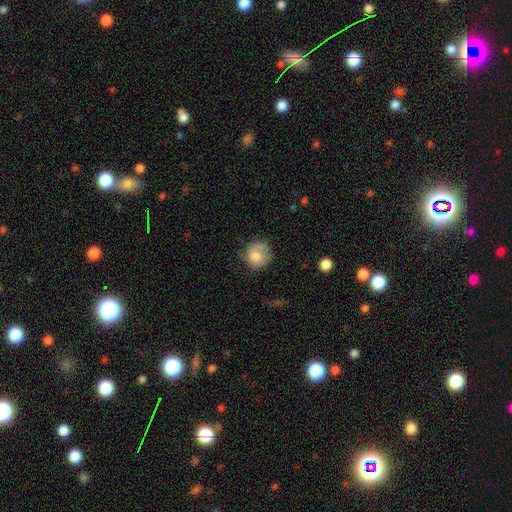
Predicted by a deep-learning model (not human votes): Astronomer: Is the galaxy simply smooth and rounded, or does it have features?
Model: smooth — 76%.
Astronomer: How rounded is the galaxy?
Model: round — 82%.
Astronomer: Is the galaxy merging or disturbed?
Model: none — 54% (runner-up: minor disturbance, 30%).